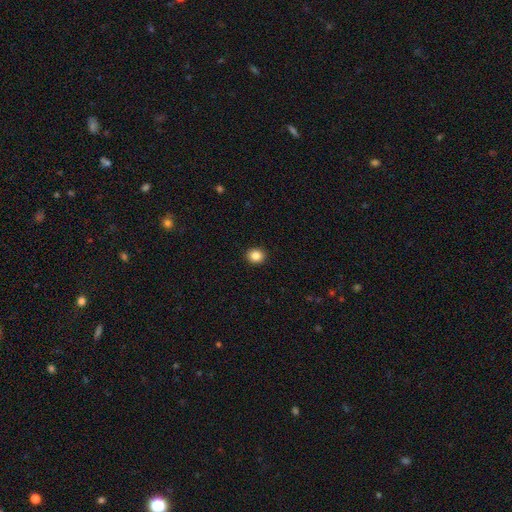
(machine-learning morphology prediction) This is clearly a smooth galaxy (86%). How rounded: likely round (76%). Merging: clearly none (92%).